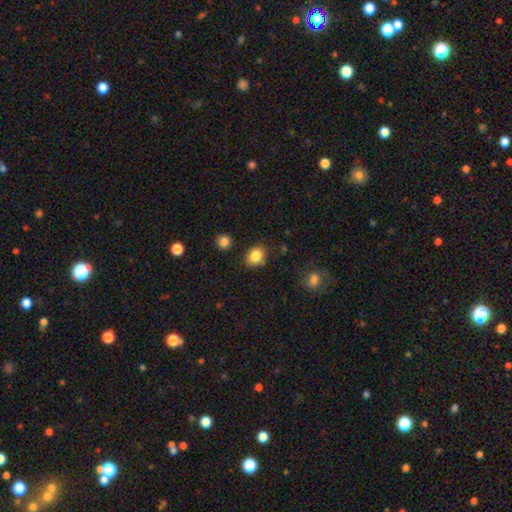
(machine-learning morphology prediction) smooth-or-featured: smooth: 84% | star or artifact: 10% | featured or disk: 5%
  how-rounded: round: 59% | in between: 40% | cigar-shaped: 1%
  merging: none: 79% | minor disturbance: 14% | merger: 4% | major disturbance: 3%